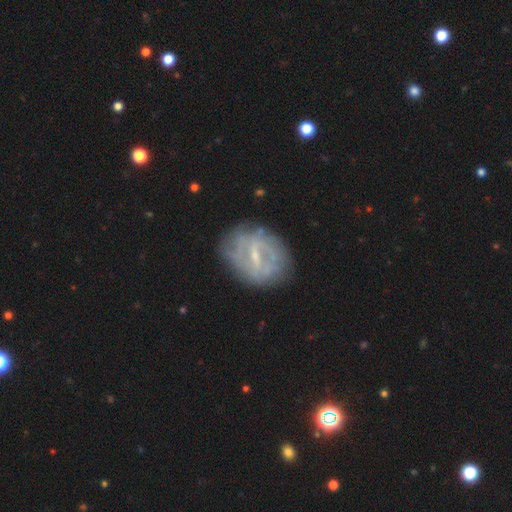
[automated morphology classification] type=featured or disk (74%); edge-on=no (95%); bar=strong (46%); spiral arms=yes (62%); bulge=small (63%); merging=none (73%).